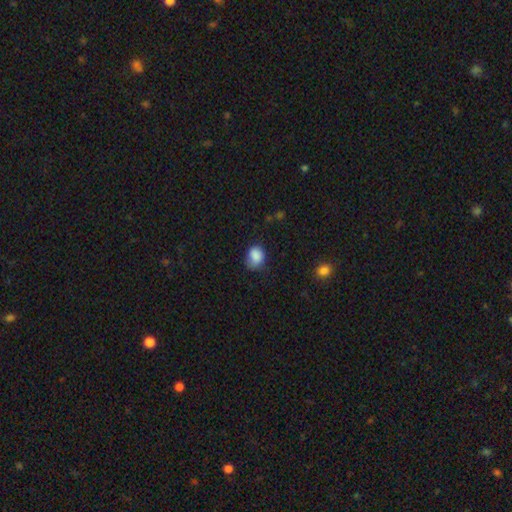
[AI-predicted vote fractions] Overall: smooth (86%). How rounded: in between (53%; round 46%). Merging: none (59%; minor disturbance 31%).